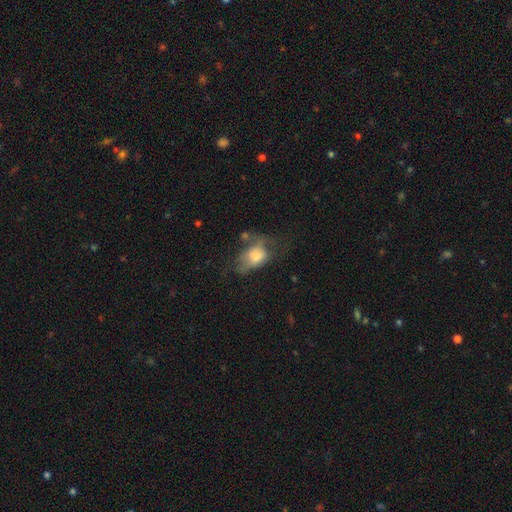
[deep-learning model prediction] The model was most divided on "merging": major disturbance: 37%, none: 29%, minor disturbance: 27%, merger: 7%. More confident: how rounded — in between (81%); smooth or featured — smooth (60%).